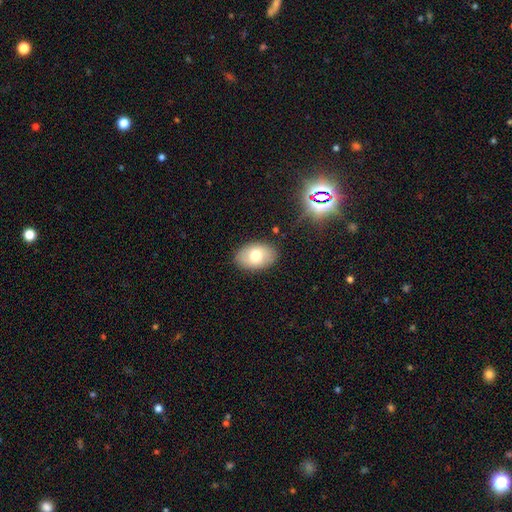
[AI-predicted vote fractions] This is likely a smooth galaxy (73%). How rounded: clearly in between (88%). Merging: clearly none (86%).